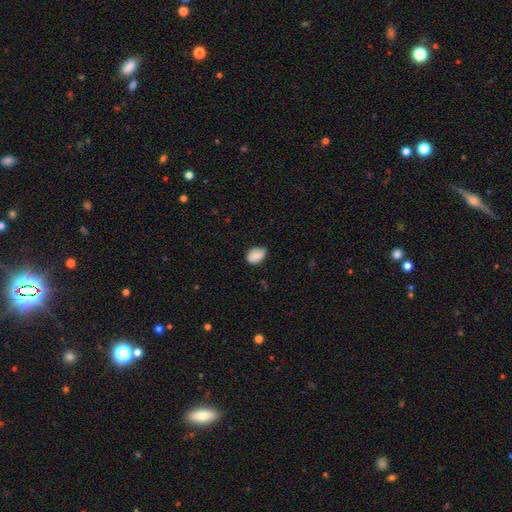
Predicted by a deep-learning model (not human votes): This is likely a smooth galaxy (76%). How rounded: likely in between (76%). Merging: likely none (65%).